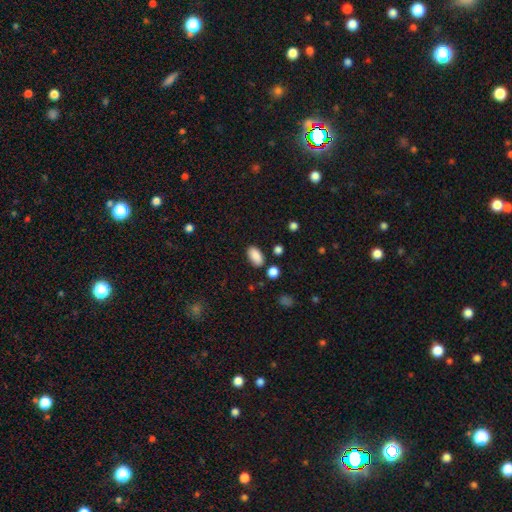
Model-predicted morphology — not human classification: Q: Smooth or featured?
A: smooth (88%); runner-up: star or artifact (8%)
Q: How rounded?
A: in between (93%); runner-up: round (4%)
Q: Merging?
A: none (82%); runner-up: minor disturbance (11%)